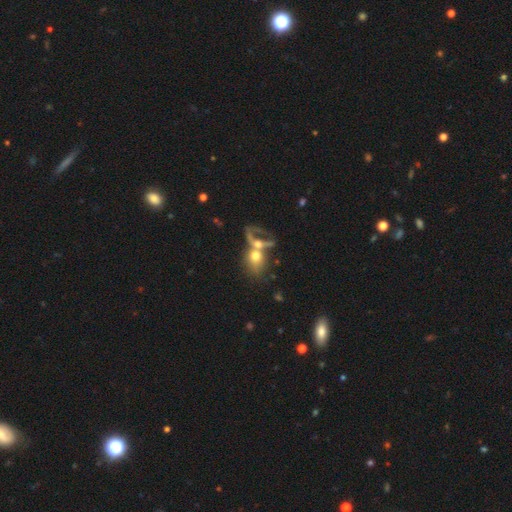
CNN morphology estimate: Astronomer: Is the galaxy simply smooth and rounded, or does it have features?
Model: smooth — 54% (runner-up: featured or disk, 36%).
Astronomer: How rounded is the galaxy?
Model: in between — 58% (runner-up: round, 37%).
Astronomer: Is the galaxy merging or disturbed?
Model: merger — 69%.